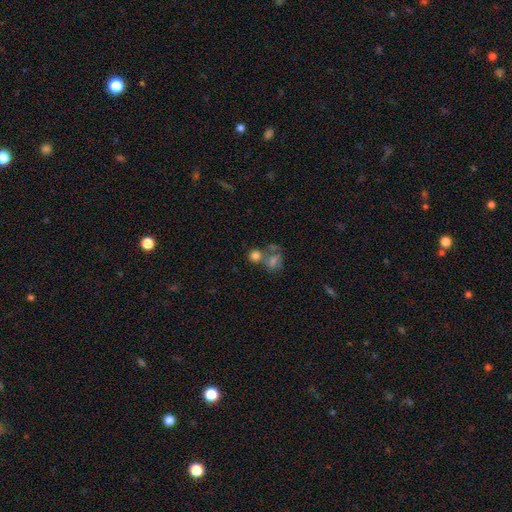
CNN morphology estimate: Smooth or featured? smooth (76%)
How rounded? round (77%)
Merging? none (43%)